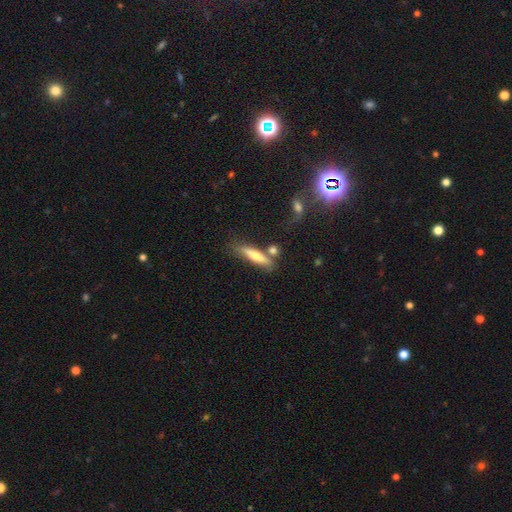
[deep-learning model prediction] Smooth or featured? Predicted: smooth (p=0.62). How rounded? Predicted: cigar-shaped (p=0.82). Merging? Predicted: none (p=0.66).